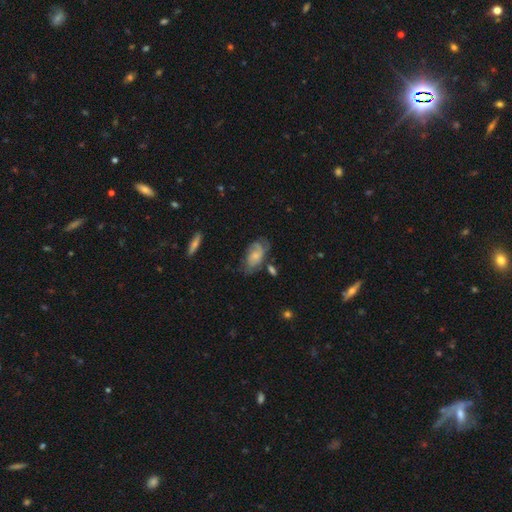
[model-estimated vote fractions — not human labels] Smooth or featured? Predicted: featured or disk (p=0.54). Edge-on disk? Predicted: no (p=0.94). Bar? Predicted: no (p=0.71). Spiral arms? Predicted: yes (p=0.82). Bulge size? Predicted: small (p=0.49). Merging? Predicted: none (p=0.50).